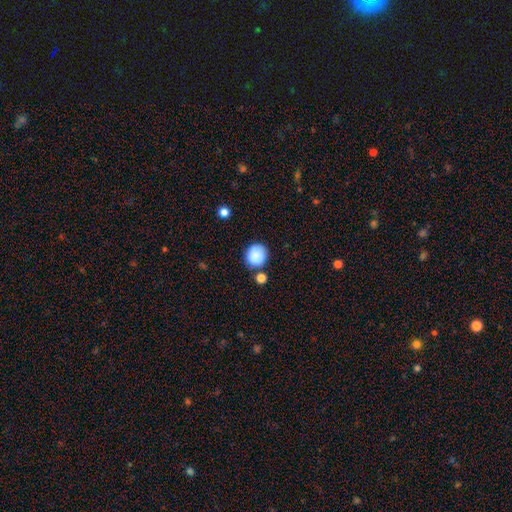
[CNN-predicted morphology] smooth 86%, star or artifact 8%, featured or disk 6%. Down the decision tree: how rounded — round (86%); merging — none (74%).